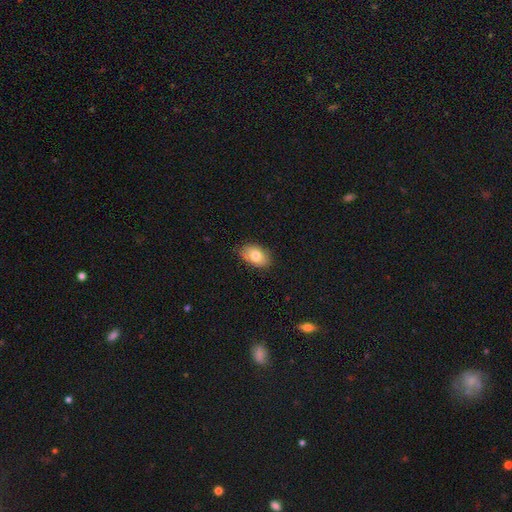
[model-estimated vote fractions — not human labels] Overall: smooth (78%). How rounded: in between (89%). Merging: none (81%).